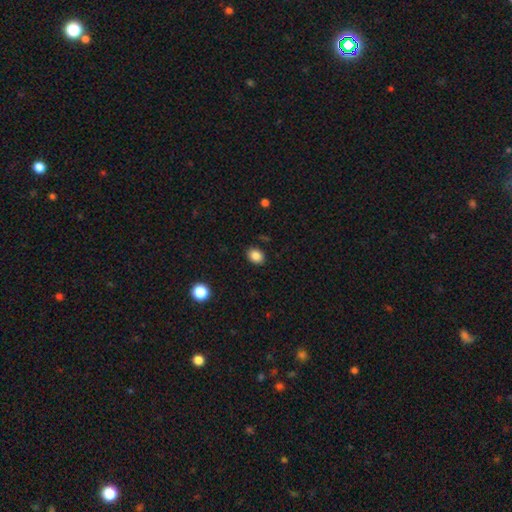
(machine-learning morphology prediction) A smooth galaxy with no disk features (86%) that is in between round and cigar-shaped (58%). Merging: none (88%).